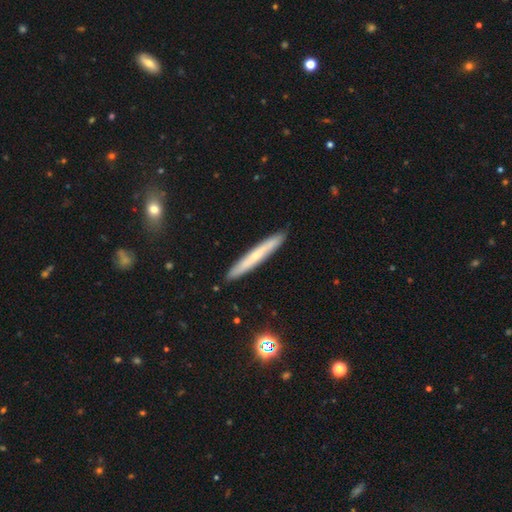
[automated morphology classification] Smooth or featured? featured or disk (48%)
Merging? none (91%)